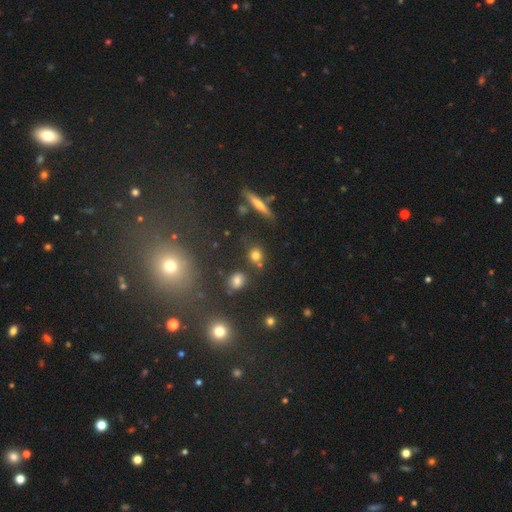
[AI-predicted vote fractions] Q: Smooth or featured?
A: smooth (73%); runner-up: star or artifact (17%)
Q: How rounded?
A: round (76%); runner-up: in between (21%)
Q: Merging?
A: none (70%); runner-up: merger (14%)